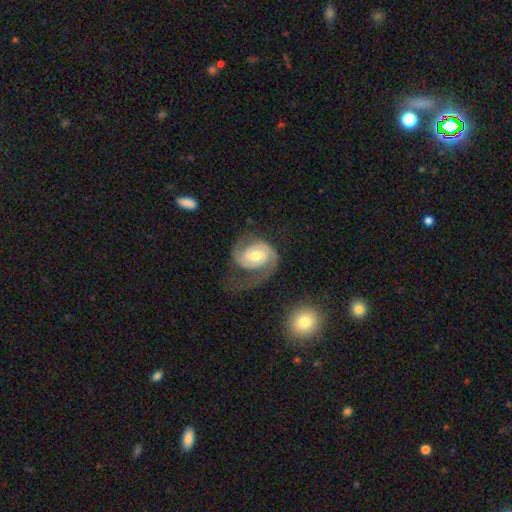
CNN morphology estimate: Smooth or featured? featured or disk (85%)
Edge-on disk? no (98%)
Bar? weak (46%)
Spiral arms? yes (96%)
Spiral winding? tight (47%)
Spiral arm count? 2 (78%)
Bulge size? moderate (65%)
Merging? none (54%)